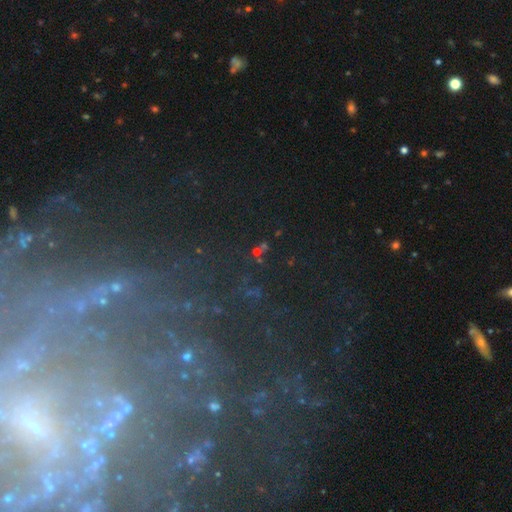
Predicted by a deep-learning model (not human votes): Morphology: type=featured or disk (57%); edge-on=no (89%); bar=no (52%); spiral arms=yes (68%); bulge=small (53%); merging=none (62%).